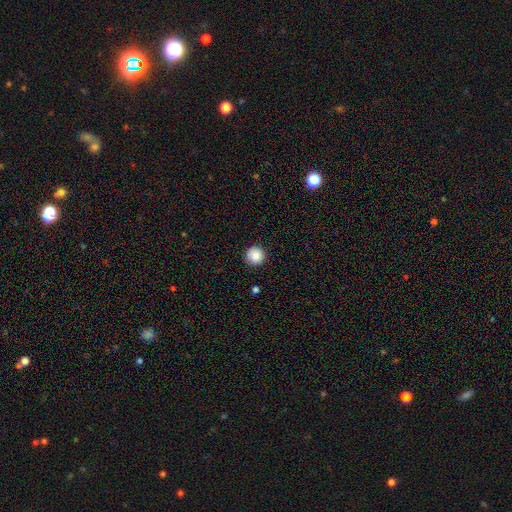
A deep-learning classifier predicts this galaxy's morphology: Smooth or featured: smooth — 87% (star or artifact — 9%)
How rounded: round — 96% (in between — 3%)
Merging: none — 91% (minor disturbance — 7%)